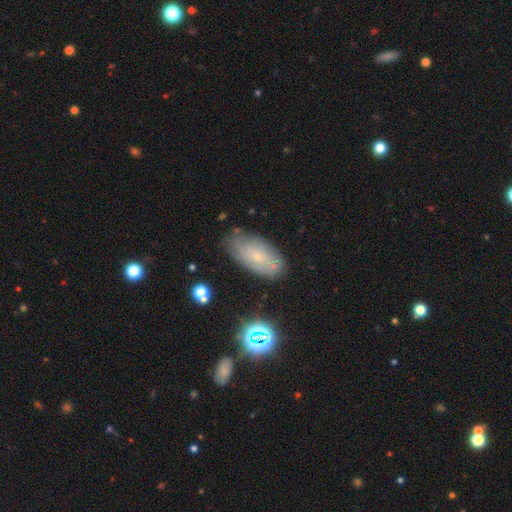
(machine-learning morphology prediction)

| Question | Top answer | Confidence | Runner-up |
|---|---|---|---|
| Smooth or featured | smooth | 52% | featured or disk (37%) |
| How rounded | in between | 90% | cigar-shaped (6%) |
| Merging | none | 70% | minor disturbance (22%) |